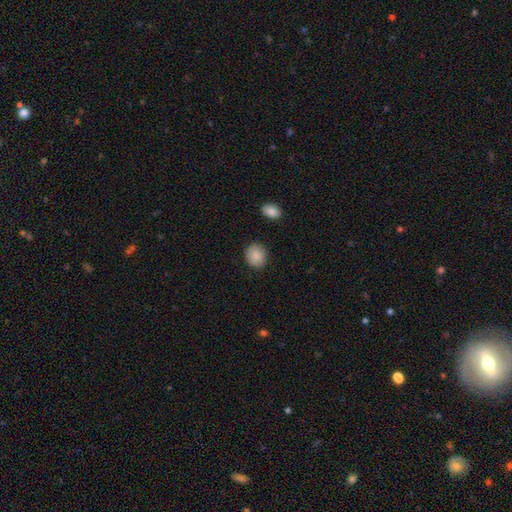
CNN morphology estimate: type=smooth (88%); roundness=round (72%); merging=none (86%).